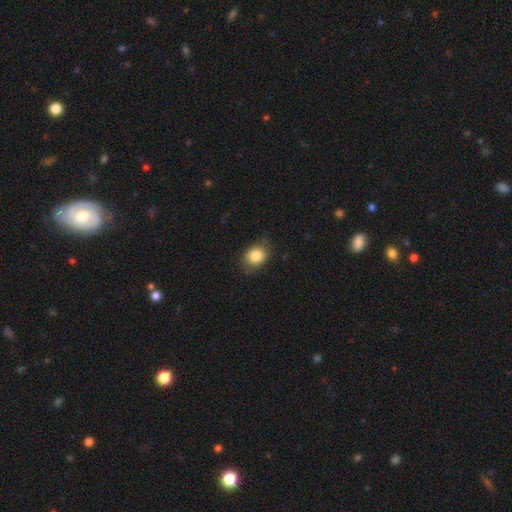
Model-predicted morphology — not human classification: type=smooth (84%); roundness=in between (52%); merging=none (74%).